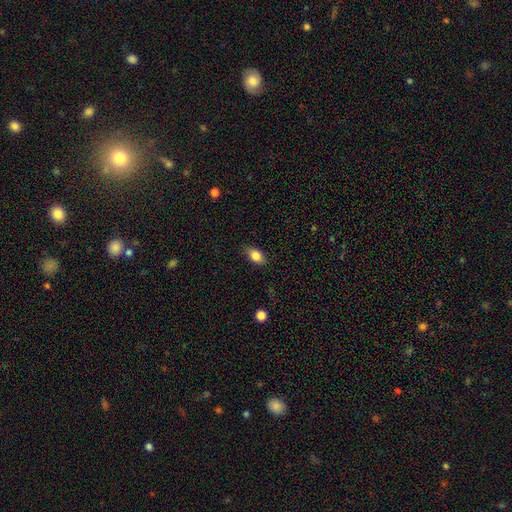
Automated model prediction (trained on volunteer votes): A smooth galaxy with no disk features (84%) that is in between round and cigar-shaped (86%). Merging: none (83%).